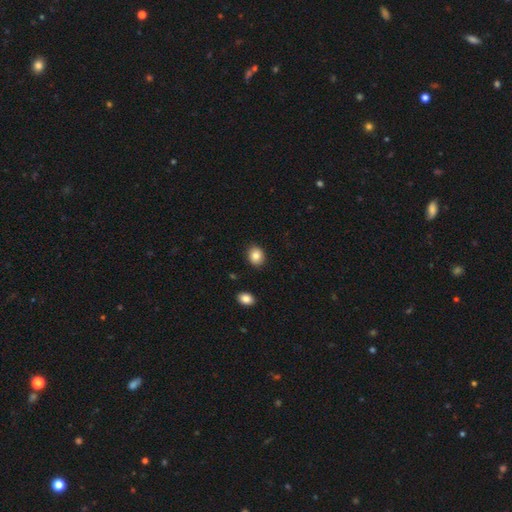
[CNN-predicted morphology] Smooth or featured?
  - smooth: 85% *
  - star or artifact: 9%
  - featured or disk: 6%
How rounded?
  - round: 60% *
  - in between: 39%
  - cigar-shaped: 1%
Merging?
  - none: 89% *
  - minor disturbance: 7%
  - major disturbance: 2%
  - merger: 2%